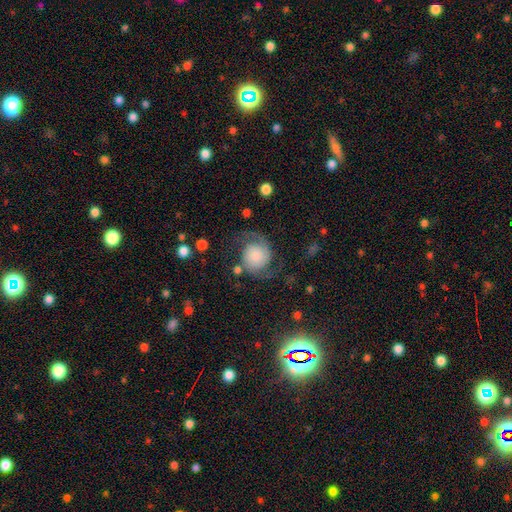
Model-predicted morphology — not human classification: Smooth or featured? featured or disk (71%)
Edge-on disk? no (98%)
Bar? no (77%)
Spiral arms? yes (96%)
Spiral winding? medium (43%)
Spiral arm count? 2 (93%)
Bulge size? small (24%)
Merging? none (69%)